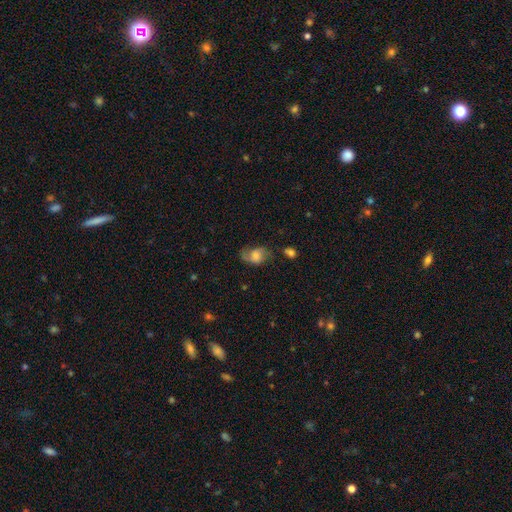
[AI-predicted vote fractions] Smooth or featured? Predicted: smooth (p=0.46). Merging? Predicted: none (p=0.50).